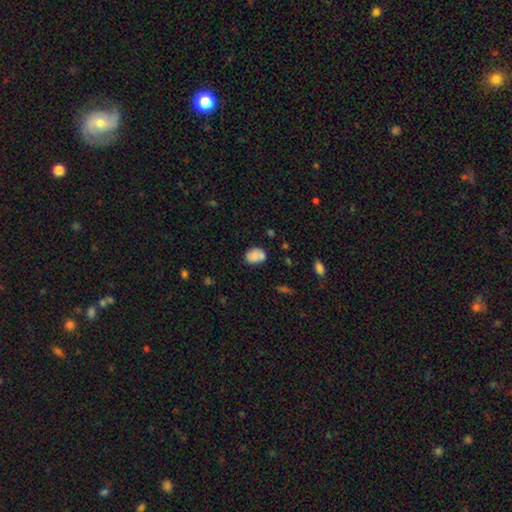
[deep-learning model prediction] Smooth or featured: smooth — 81% (featured or disk — 10%)
How rounded: in between — 73% (round — 26%)
Merging: none — 60% (minor disturbance — 20%)